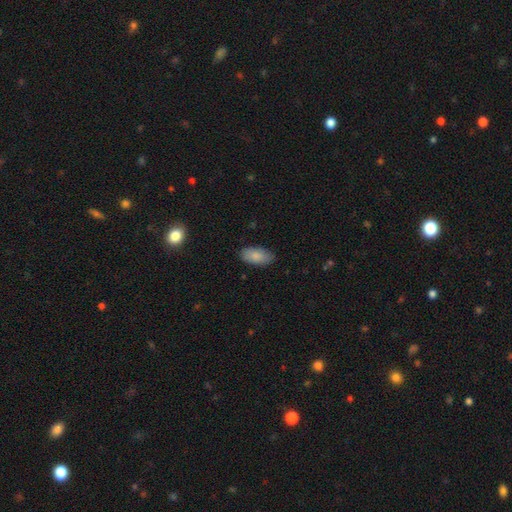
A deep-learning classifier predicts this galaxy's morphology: The model was most divided on "merging": none: 84%, minor disturbance: 12%, major disturbance: 2%, merger: 1%. More confident: how rounded — in between (93%); smooth or featured — smooth (85%).